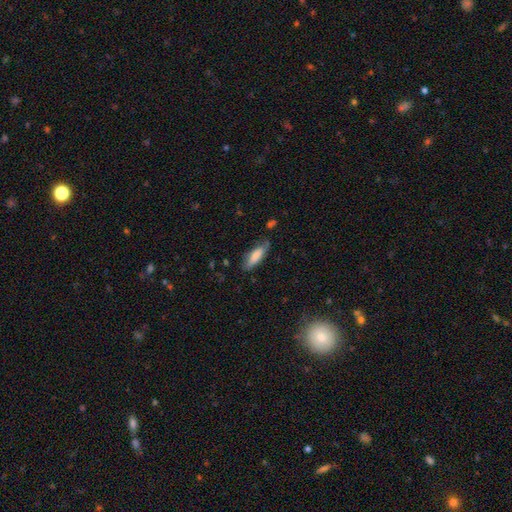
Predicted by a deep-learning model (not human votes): Q: Smooth or featured?
A: smooth (74%); runner-up: featured or disk (19%)
Q: How rounded?
A: cigar-shaped (50%); runner-up: in between (49%)
Q: Merging?
A: none (69%); runner-up: minor disturbance (24%)